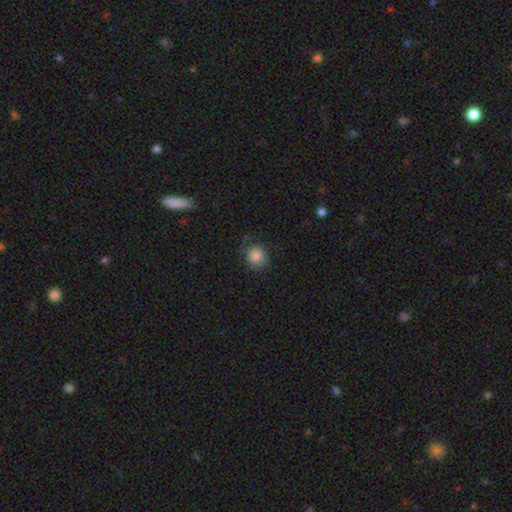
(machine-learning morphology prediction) type=smooth (84%); roundness=round (85%); merging=none (69%).